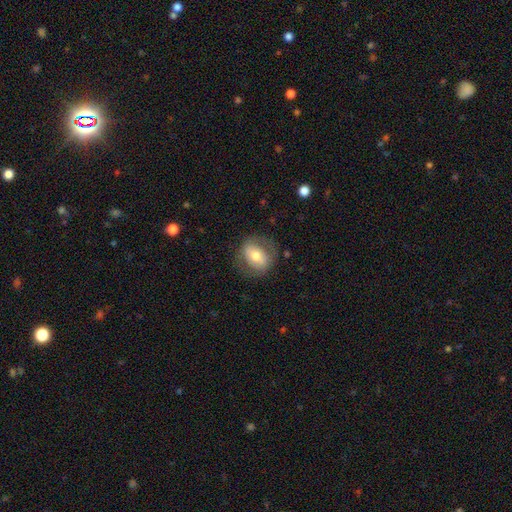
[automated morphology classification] type=smooth (55%); roundness=round (50%); merging=none (75%).